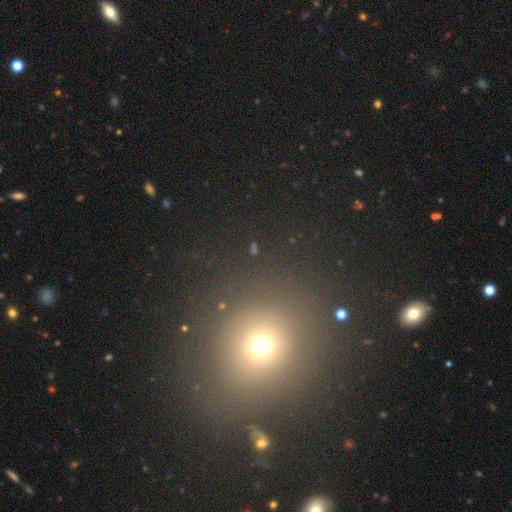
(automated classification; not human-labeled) A smooth galaxy with no disk features (58%) that is round (88%). Merging: none (88%).